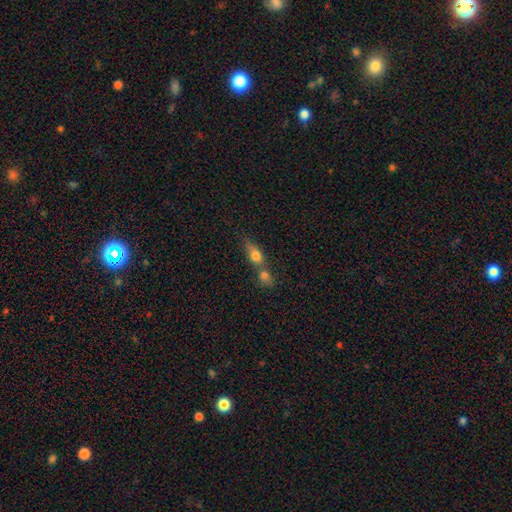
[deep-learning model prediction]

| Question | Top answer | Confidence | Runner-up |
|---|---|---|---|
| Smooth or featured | smooth | 72% | featured or disk (18%) |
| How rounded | in between | 59% | round (26%) |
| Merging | merger | 61% | none (25%) |